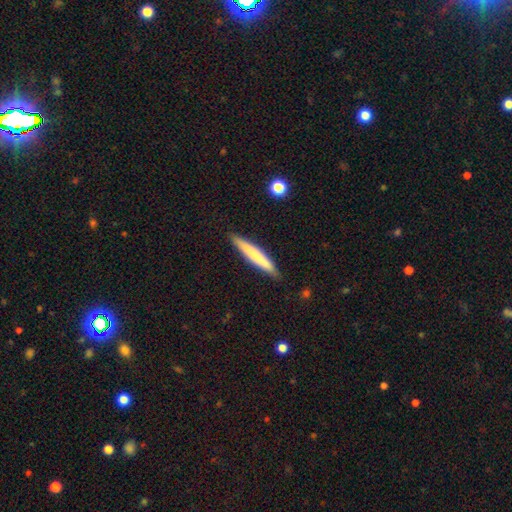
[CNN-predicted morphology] Smooth or featured? Predicted: smooth (p=0.70). How rounded? Predicted: cigar-shaped (p=0.94). Merging? Predicted: none (p=0.89).